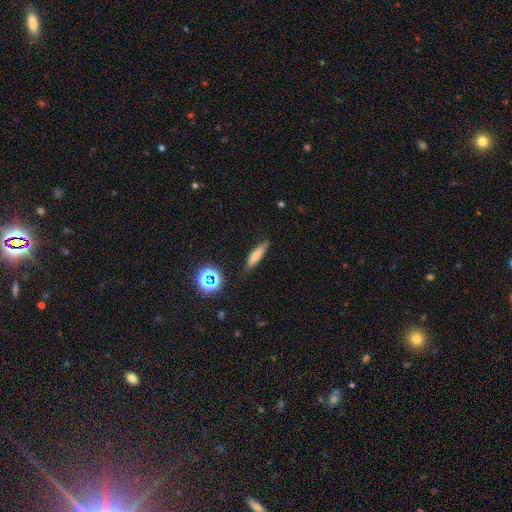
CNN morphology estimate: Smooth or featured? Predicted: smooth (p=0.71). How rounded? Predicted: cigar-shaped (p=0.72). Merging? Predicted: none (p=0.79).